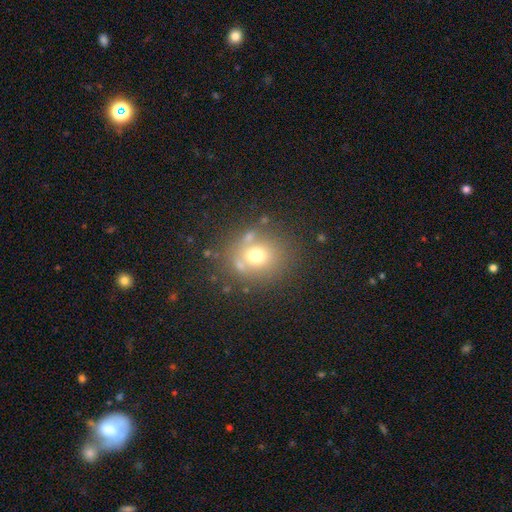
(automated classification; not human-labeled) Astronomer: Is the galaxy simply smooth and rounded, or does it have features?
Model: smooth — 66%.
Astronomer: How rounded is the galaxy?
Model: round — 75%.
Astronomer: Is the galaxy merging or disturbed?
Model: none — 68%.